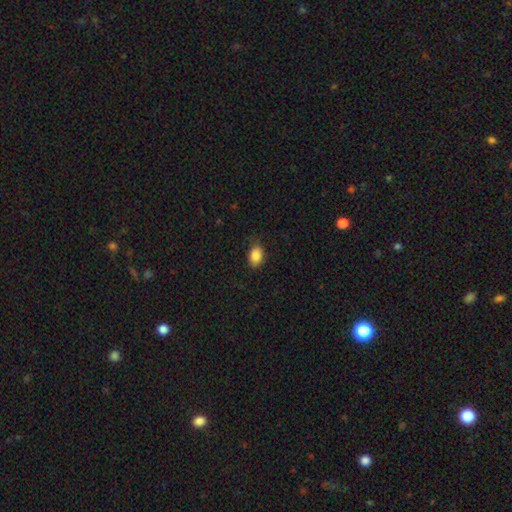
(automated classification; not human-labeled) Morphology: type=smooth (87%); roundness=in between (79%); merging=none (78%).